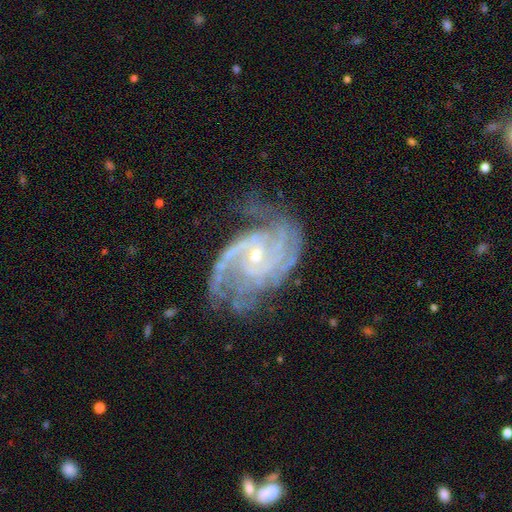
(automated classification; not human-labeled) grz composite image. It shows a featured or disk galaxy (91%) with no bar (59%), 2 (38%) tight (45%) spiral arms (98%) and a small central bulge (67%). Merging: none (62%).